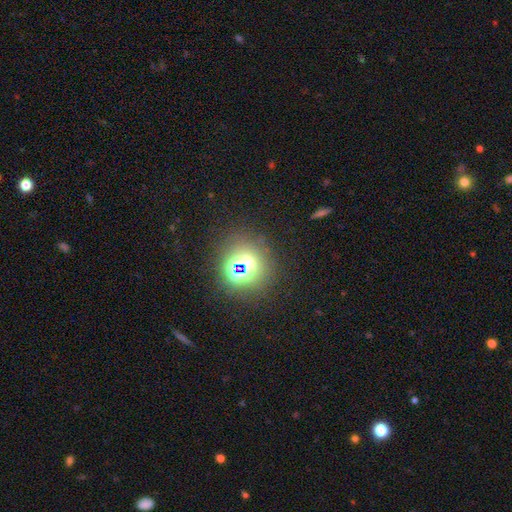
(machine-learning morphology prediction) smooth_or_featured: star or artifact (p=0.74) [alt: smooth p=0.19]